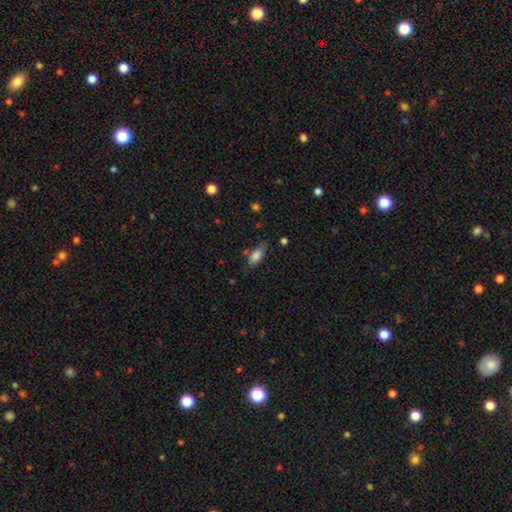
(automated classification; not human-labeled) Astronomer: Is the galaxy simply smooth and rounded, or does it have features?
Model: smooth — 82%.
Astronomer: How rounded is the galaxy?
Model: in between — 85%.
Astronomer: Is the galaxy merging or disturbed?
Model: none — 63%.